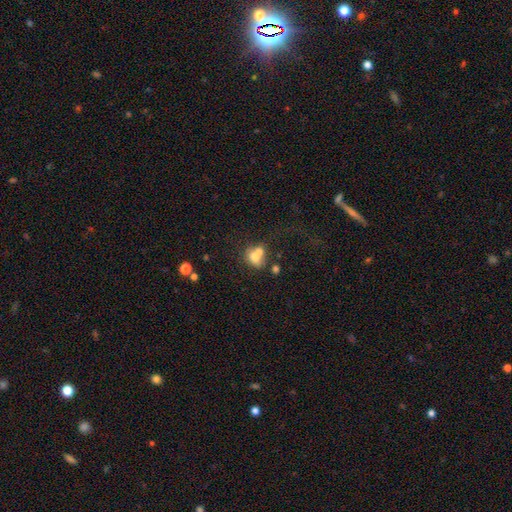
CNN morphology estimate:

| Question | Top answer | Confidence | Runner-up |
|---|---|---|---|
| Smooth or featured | smooth | 66% | featured or disk (21%) |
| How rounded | round | 51% | in between (48%) |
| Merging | merger | 57% | none (27%) |